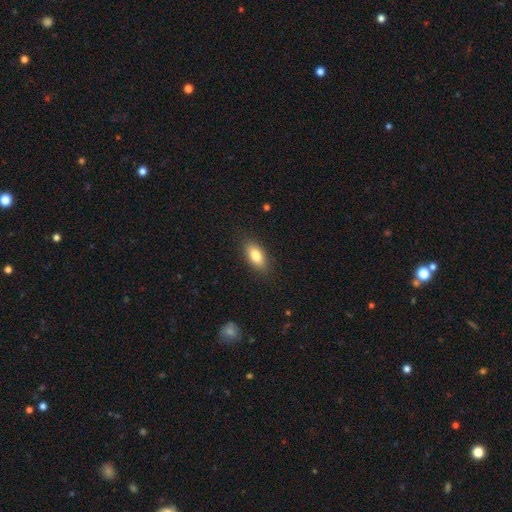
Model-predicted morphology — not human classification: type=smooth (81%); roundness=in between (86%); merging=none (87%).